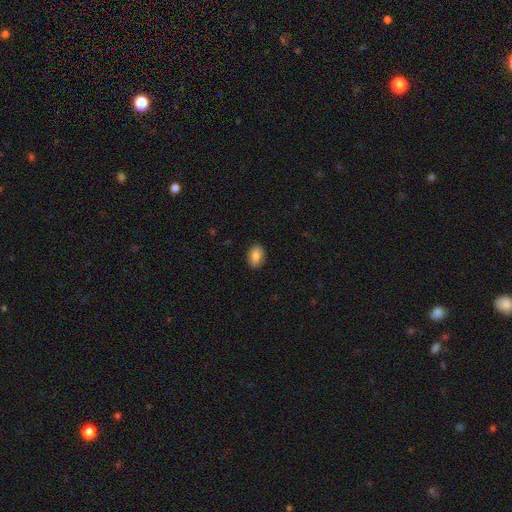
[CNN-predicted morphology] This appears to be a smooth galaxy with no disk features (84%) that is in between round and cigar-shaped (84%). Merging: none (87%).